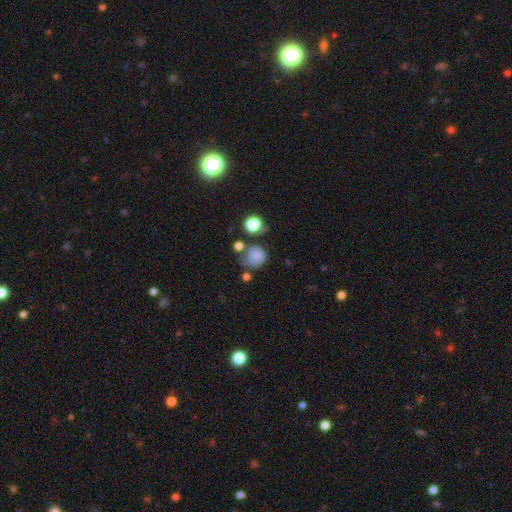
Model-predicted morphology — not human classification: Overall: smooth (79%). How rounded: round (83%). Merging: none (51%; minor disturbance 25%).